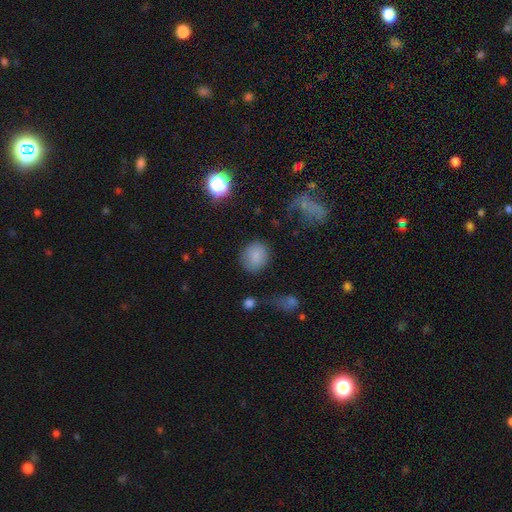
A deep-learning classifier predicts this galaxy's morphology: smooth 85%, star or artifact 9%, featured or disk 6%. Down the decision tree: how rounded — round (74%); merging — none (81%).